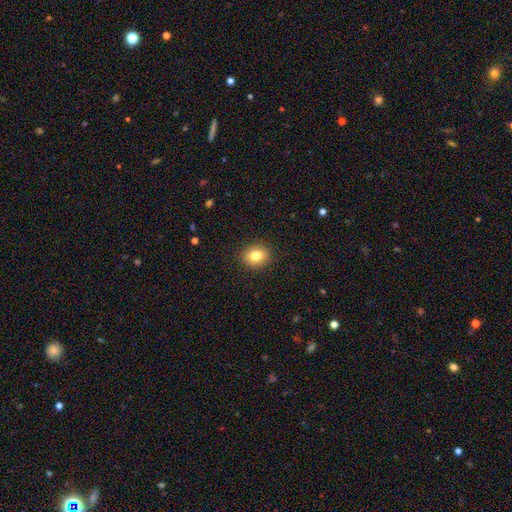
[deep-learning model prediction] Overall: smooth (81%). How rounded: round (64%; in between 35%). Merging: none (90%).